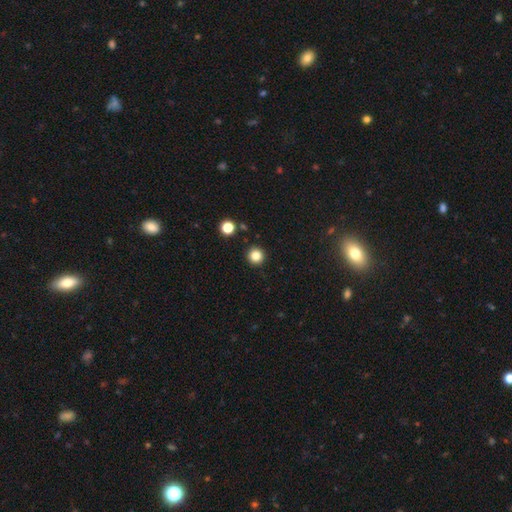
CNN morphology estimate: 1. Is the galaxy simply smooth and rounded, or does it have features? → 84% smooth, 12% star or artifact, 4% featured or disk.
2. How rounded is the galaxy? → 96% round, 3% in between, 1% cigar-shaped.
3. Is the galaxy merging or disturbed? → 92% none, 5% minor disturbance, 2% merger, 2% major disturbance.